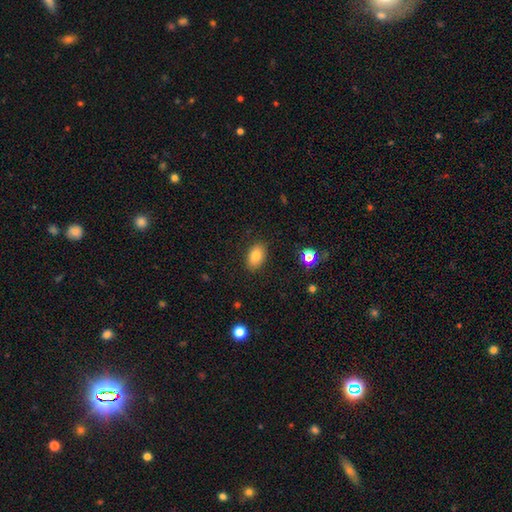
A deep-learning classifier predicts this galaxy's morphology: Smooth or featured?
  - smooth: 82% *
  - star or artifact: 9%
  - featured or disk: 9%
How rounded?
  - in between: 89% *
  - round: 9%
  - cigar-shaped: 2%
Merging?
  - none: 87% *
  - minor disturbance: 10%
  - major disturbance: 3%
  - merger: 1%